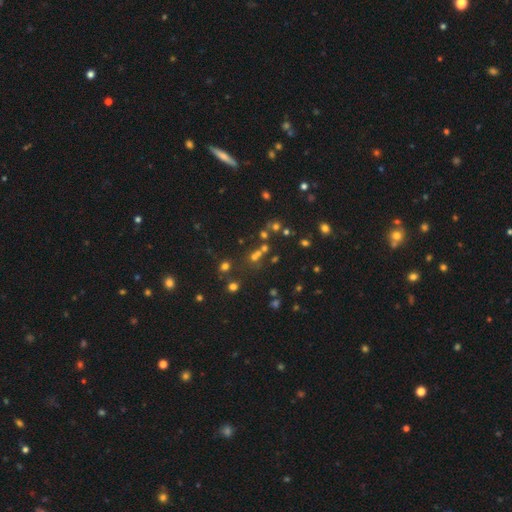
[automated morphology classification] Overall: star or artifact (52%; smooth 36%).